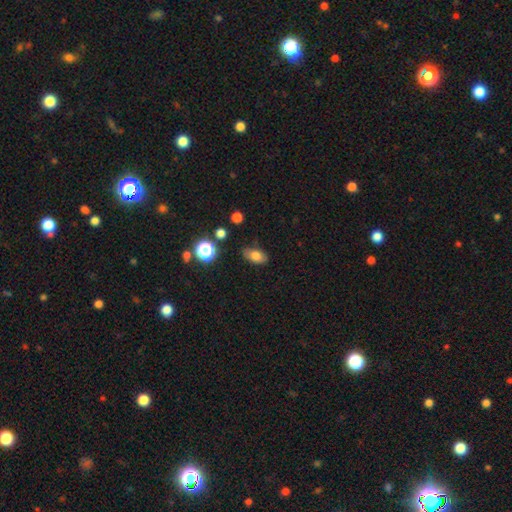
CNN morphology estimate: Smooth or featured: smooth — 77% (star or artifact — 12%)
How rounded: in between — 87% (round — 10%)
Merging: none — 75% (minor disturbance — 19%)